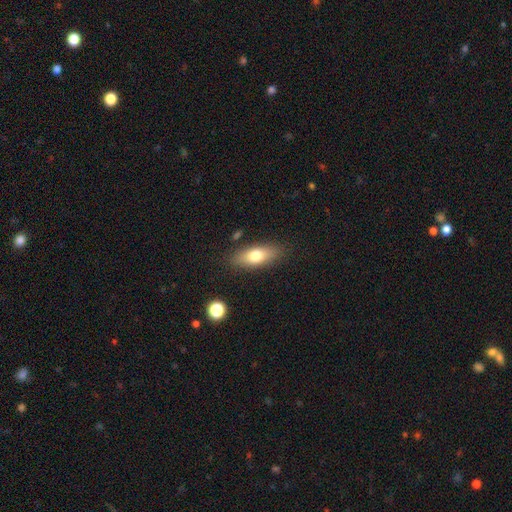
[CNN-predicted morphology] This appears to be a smooth galaxy with no disk features (73%) that is in between round and cigar-shaped (73%). Merging: none (83%).